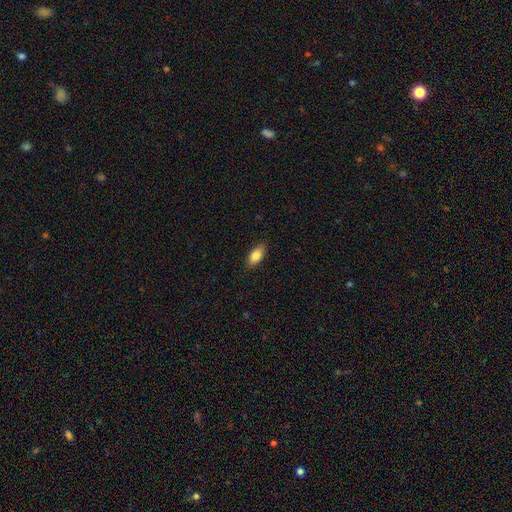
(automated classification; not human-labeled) Overall: smooth (84%). How rounded: in between (89%). Merging: none (86%).